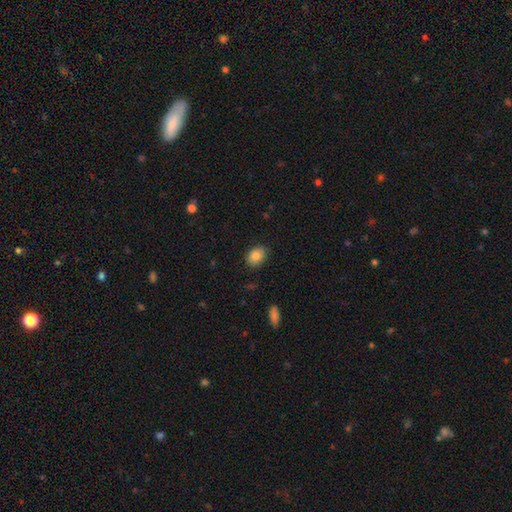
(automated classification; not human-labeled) A smooth galaxy with no disk features (83%) that is in between round and cigar-shaped (70%). Merging: none (85%).